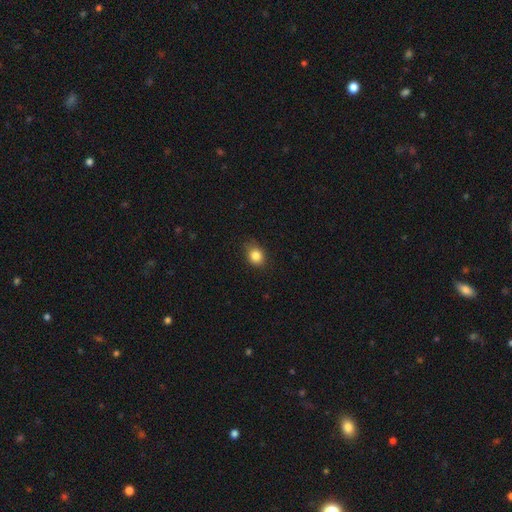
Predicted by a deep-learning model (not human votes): Smooth or featured? Predicted: smooth (p=0.85). How rounded? Predicted: round (p=0.54). Merging? Predicted: none (p=0.80).